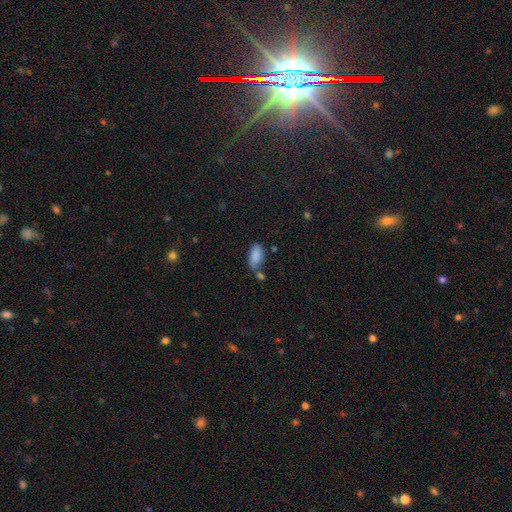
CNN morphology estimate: smooth_or_featured: smooth (p=0.85) [alt: star or artifact p=0.08]
how_rounded: in between (p=0.93) [alt: cigar-shaped p=0.04]
merging: none (p=0.51) [alt: minor disturbance p=0.22]